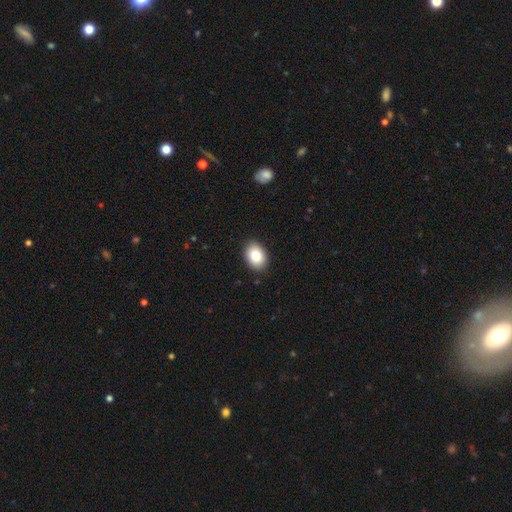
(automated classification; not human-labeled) Morphology: type=smooth (83%); roundness=in between (78%); merging=none (89%).